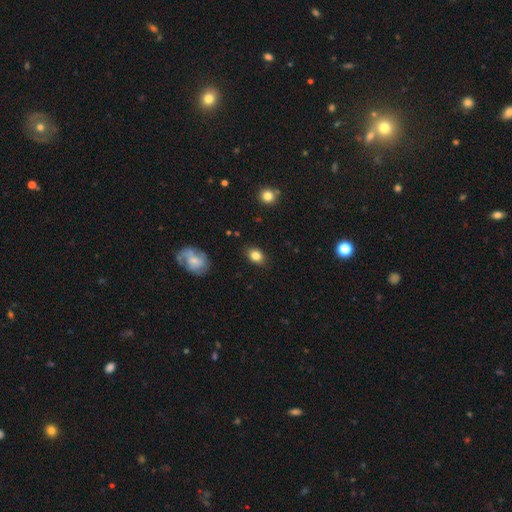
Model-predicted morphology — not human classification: This appears to be a smooth galaxy with no disk features (84%) that is in between round and cigar-shaped (64%). Merging: none (85%).